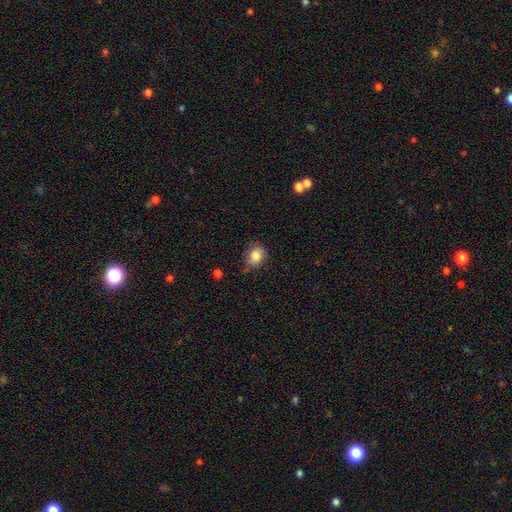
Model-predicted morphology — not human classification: This is clearly a smooth galaxy (82%). How rounded: possibly round (50%). Merging: likely none (65%).